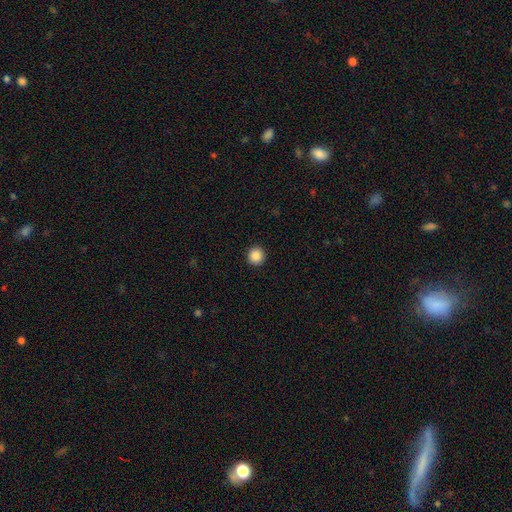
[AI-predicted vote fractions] Morphology: type=smooth (88%); roundness=round (94%); merging=none (93%).